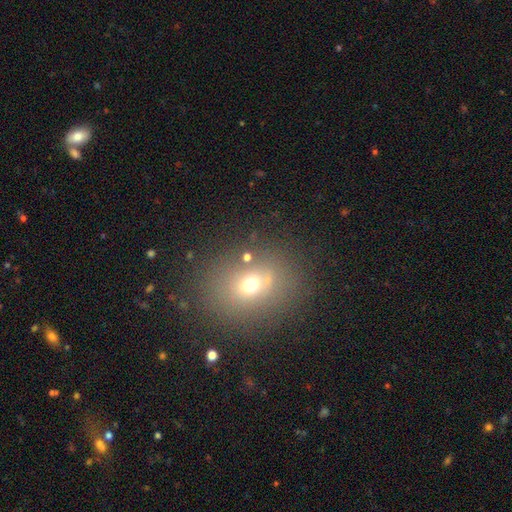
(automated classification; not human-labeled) A smooth galaxy with no disk features (57%) that is round (54%).

Vote fractions:
- Smooth or featured? smooth: 57% / star or artifact: 30% / featured or disk: 12%
- How rounded? round: 54% / in between: 44% / cigar-shaped: 2%
- Merging? none: 83% / minor disturbance: 8% / merger: 5% / major disturbance: 3%